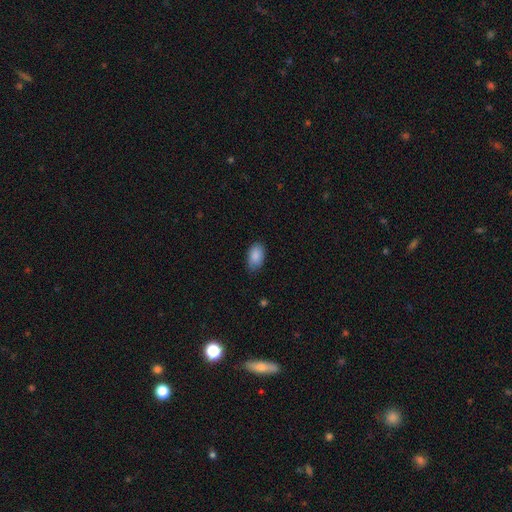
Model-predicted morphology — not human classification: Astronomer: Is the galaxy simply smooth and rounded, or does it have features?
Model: smooth — 88%.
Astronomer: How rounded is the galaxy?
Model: in between — 92%.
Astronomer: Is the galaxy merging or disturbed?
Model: none — 77%.